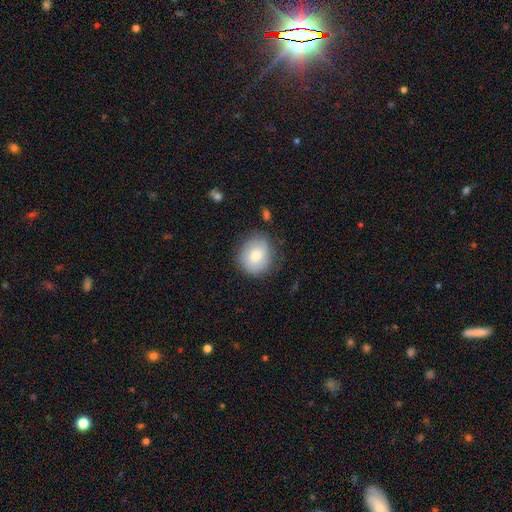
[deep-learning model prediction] Overall: smooth (73%). How rounded: round (75%). Merging: none (74%).